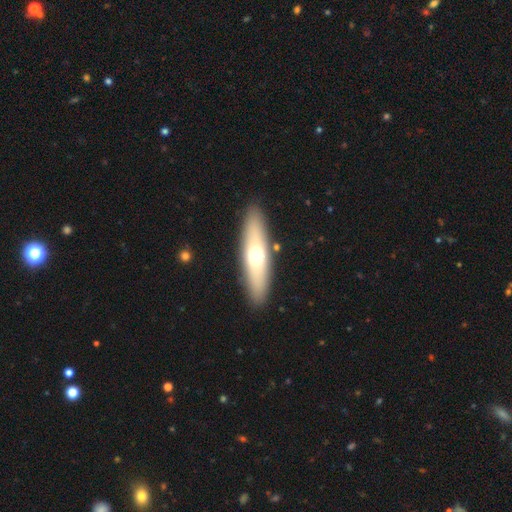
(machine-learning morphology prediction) The model was most divided on "smooth or featured": smooth: 56%, featured or disk: 38%, star or artifact: 6%. More confident: merging — none (88%); how rounded — cigar-shaped (63%).